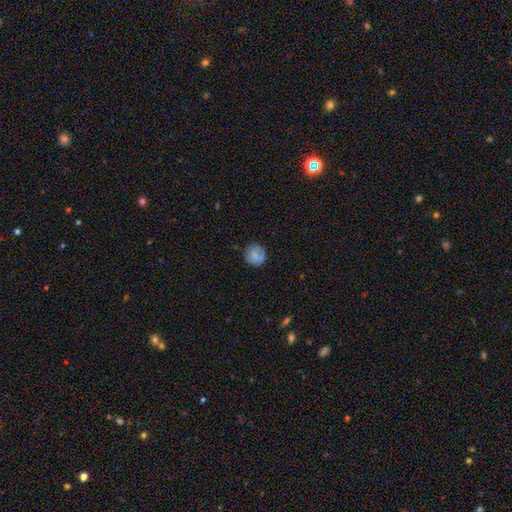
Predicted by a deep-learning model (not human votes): Smooth or featured? smooth (75%)
How rounded? round (89%)
Merging? none (80%)